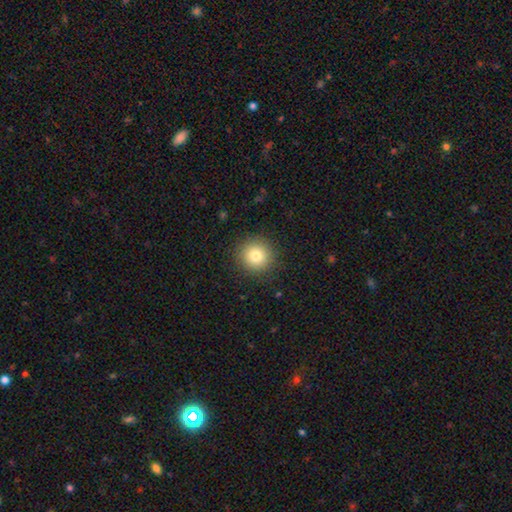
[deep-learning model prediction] Smooth or featured: smooth — 80% (star or artifact — 11%)
How rounded: round — 94% (in between — 5%)
Merging: none — 90% (minor disturbance — 7%)